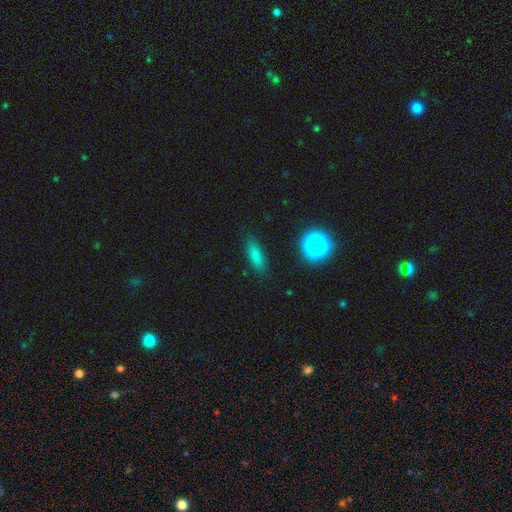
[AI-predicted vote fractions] smooth 80%, star or artifact 12%, featured or disk 9%. Down the decision tree: how rounded — in between (56%); merging — none (85%).